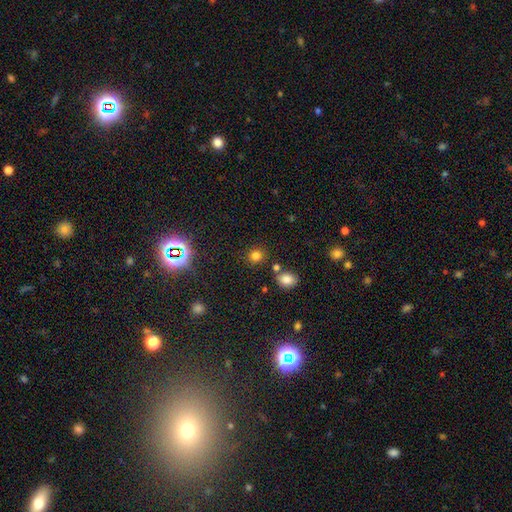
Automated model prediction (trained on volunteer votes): A smooth galaxy with no disk features (78%) that is round (84%). Merging: none (79%).